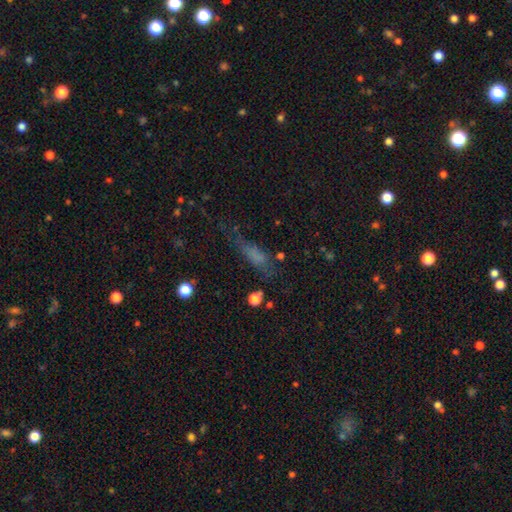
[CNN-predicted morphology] Overall: smooth (57%; featured or disk 24%). How rounded: cigar-shaped (55%; in between 39%). Merging: none (46%; minor disturbance 26%).